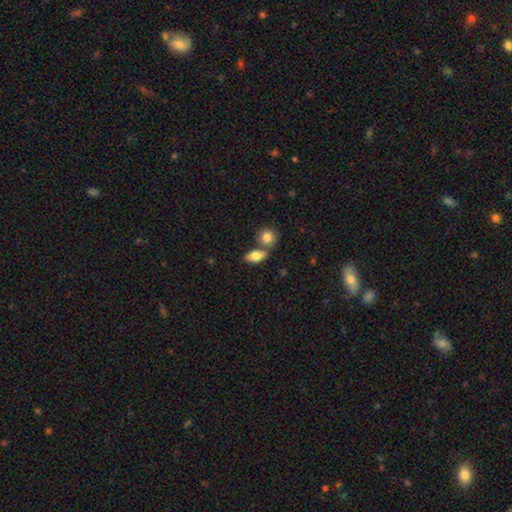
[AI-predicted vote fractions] Q: Smooth or featured?
A: smooth (81%); runner-up: featured or disk (12%)
Q: How rounded?
A: in between (85%); runner-up: round (8%)
Q: Merging?
A: none (56%); runner-up: merger (31%)